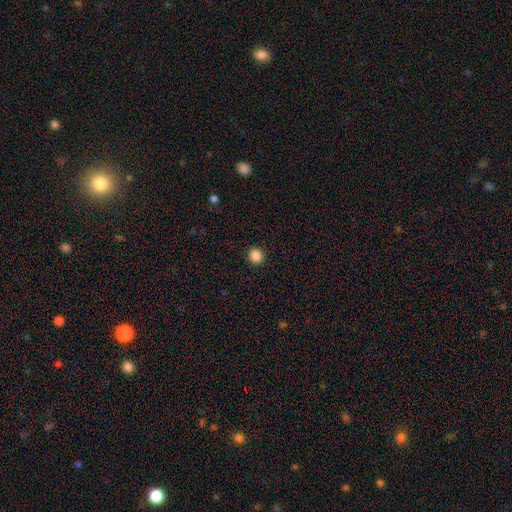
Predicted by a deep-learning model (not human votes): This appears to be a smooth galaxy with no disk features (86%) that is round (91%). Merging: none (92%).